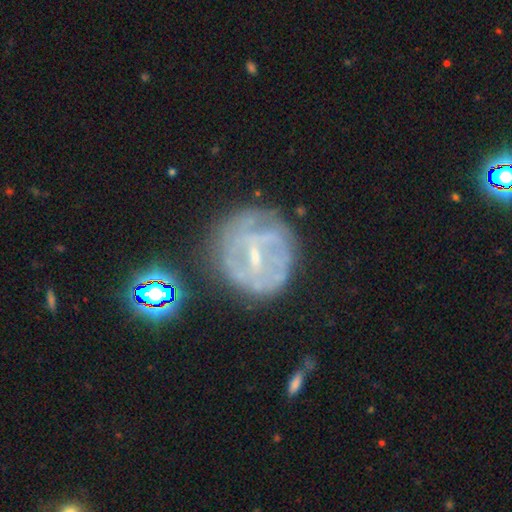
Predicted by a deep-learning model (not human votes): The model was most divided on "spiral arms": yes: 61%, no: 39%. More confident: edge-on disk — no (97%); smooth or featured — featured or disk (70%); bulge size — small (64%); merging — none (62%); bar — weak (50%).